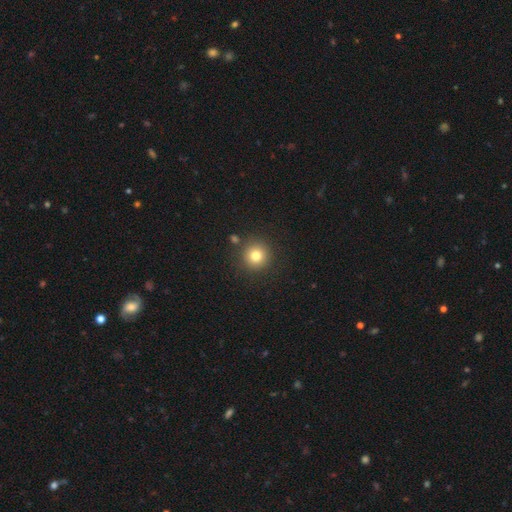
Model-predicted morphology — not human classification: This appears to be a smooth galaxy with no disk features (78%) that is round (95%). Merging: none (86%).